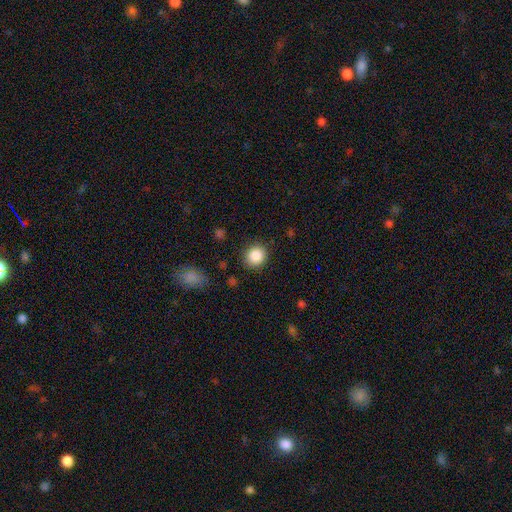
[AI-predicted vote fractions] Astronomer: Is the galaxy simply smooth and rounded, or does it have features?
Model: smooth — 87%.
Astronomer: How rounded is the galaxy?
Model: round — 86%.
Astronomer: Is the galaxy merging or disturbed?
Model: none — 87%.